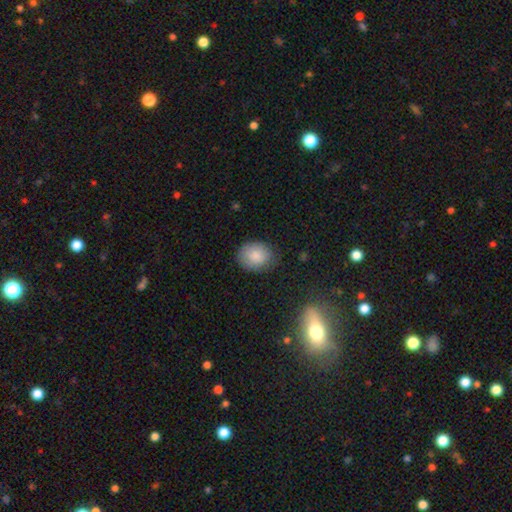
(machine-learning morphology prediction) A smooth galaxy with no disk features (85%) that is round (54%).

Vote fractions:
- Smooth or featured? smooth: 85% / featured or disk: 8% / star or artifact: 7%
- How rounded? round: 54% / in between: 45% / cigar-shaped: 1%
- Merging? none: 77% / minor disturbance: 17% / major disturbance: 4% / merger: 1%